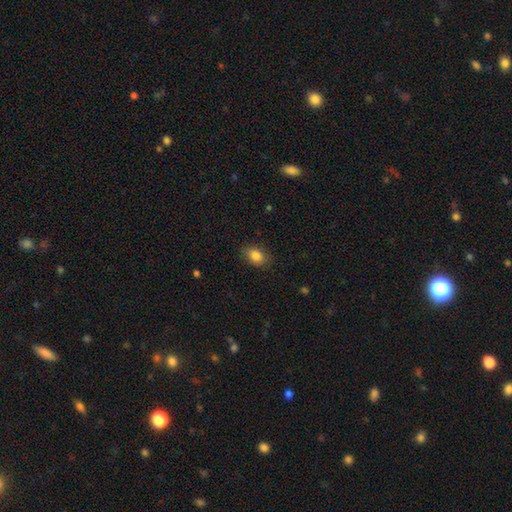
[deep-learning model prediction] A smooth galaxy with no disk features (84%) that is in between round and cigar-shaped (76%). Merging: none (82%).